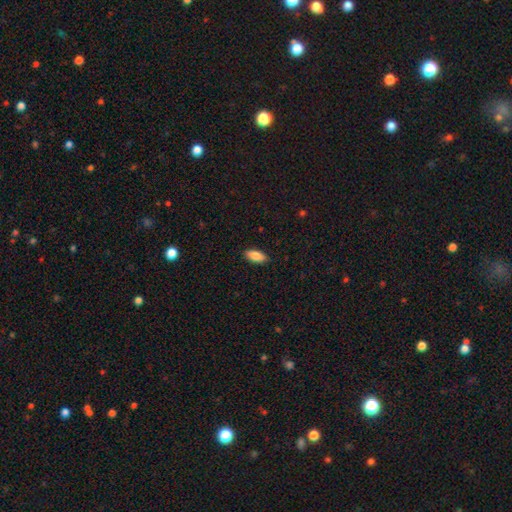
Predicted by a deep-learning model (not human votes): smooth_or_featured: smooth (p=0.86) [alt: featured or disk p=0.08]
how_rounded: in between (p=0.87) [alt: cigar-shaped p=0.11]
merging: none (p=0.89) [alt: minor disturbance p=0.08]